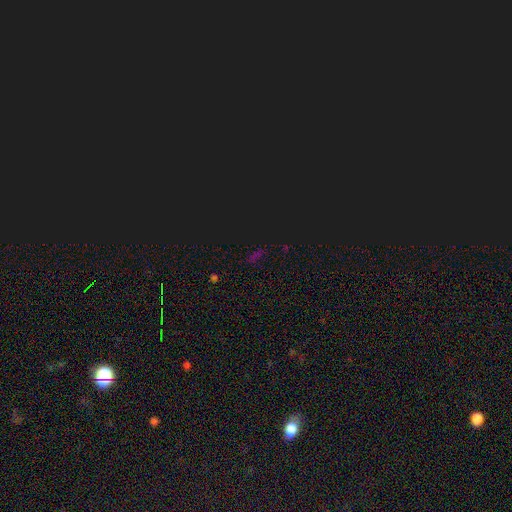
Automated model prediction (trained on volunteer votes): Smooth or featured: star or artifact — 71% (smooth — 21%)